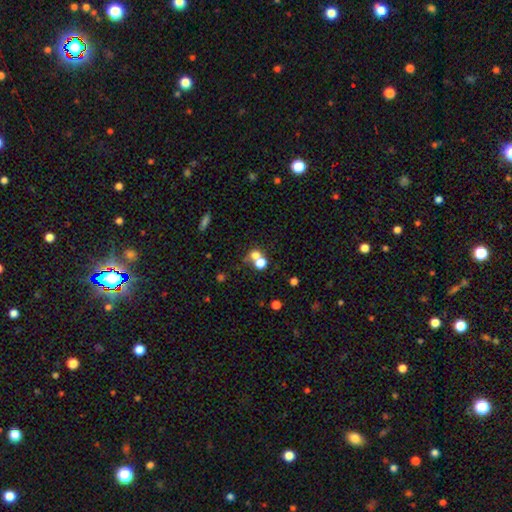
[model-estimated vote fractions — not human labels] Q: Smooth or featured?
A: smooth (68%); runner-up: star or artifact (18%)
Q: How rounded?
A: round (77%); runner-up: in between (21%)
Q: Merging?
A: merger (52%); runner-up: none (37%)